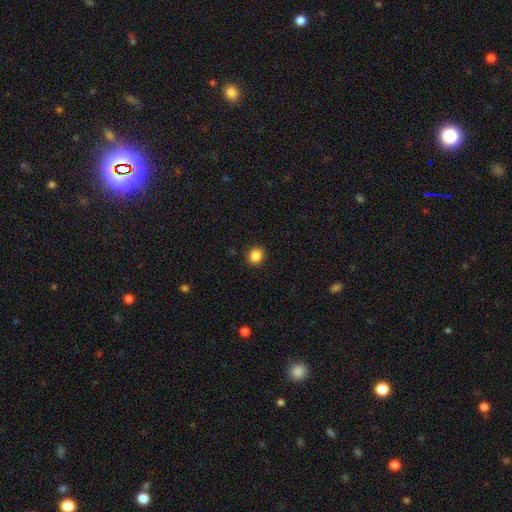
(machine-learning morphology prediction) Smooth or featured?
  - smooth: 86% *
  - star or artifact: 10%
  - featured or disk: 4%
How rounded?
  - round: 86% *
  - in between: 13%
  - cigar-shaped: 1%
Merging?
  - none: 92% *
  - minor disturbance: 5%
  - major disturbance: 2%
  - merger: 1%